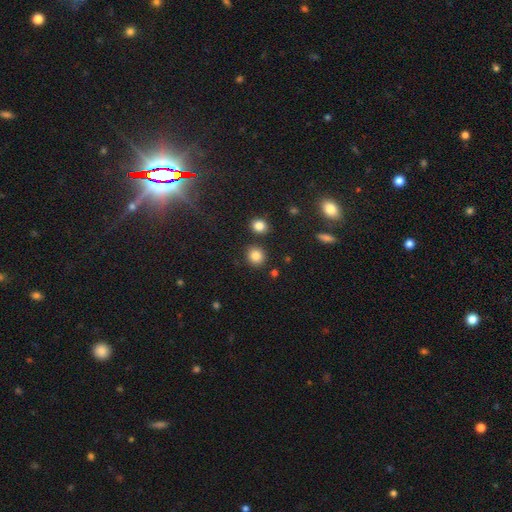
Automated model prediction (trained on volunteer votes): A smooth galaxy with no disk features (84%) that is round (86%).

Vote fractions:
- Smooth or featured? smooth: 84% / star or artifact: 11% / featured or disk: 5%
- How rounded? round: 86% / in between: 13% / cigar-shaped: 1%
- Merging? none: 85% / minor disturbance: 7% / merger: 6% / major disturbance: 2%